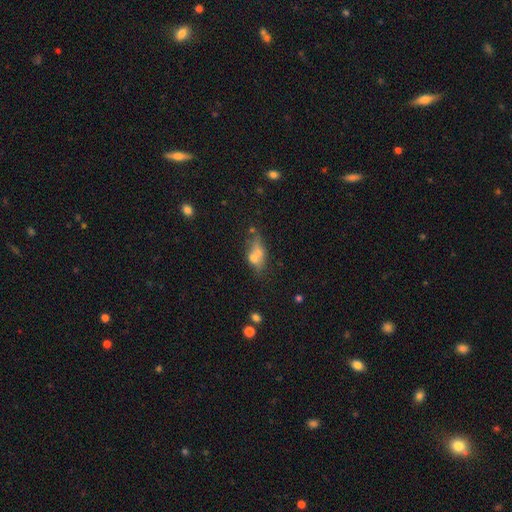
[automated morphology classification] Smooth or featured: smooth — 55% (featured or disk — 32%)
How rounded: in between — 69% (cigar-shaped — 18%)
Merging: merger — 39% (none — 36%)